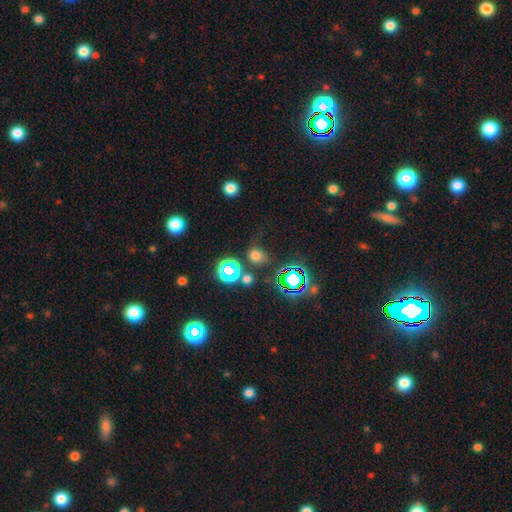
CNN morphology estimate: This is likely a smooth galaxy (63%). How rounded: likely round (69%). Merging: likely none (64%).